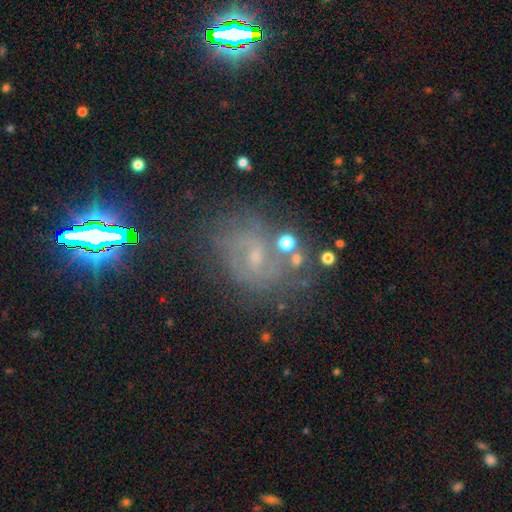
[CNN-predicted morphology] featured or disk 57%, star or artifact 26%, smooth 17%. Down the decision tree: edge-on disk — no (96%); bar — weak (46%); spiral arms — yes (76%); bulge size — small (68%); merging — none (65%).